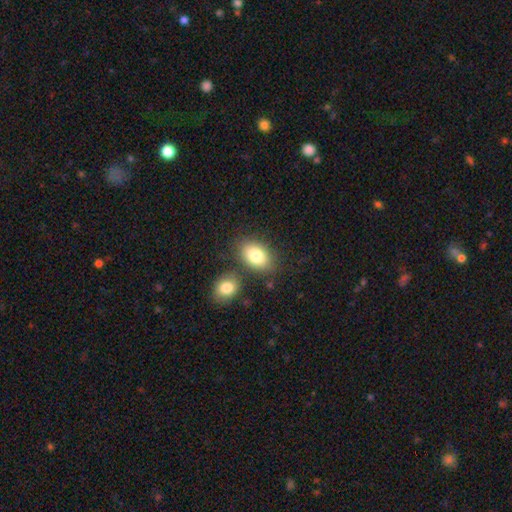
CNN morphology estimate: smooth-or-featured: smooth: 82% | featured or disk: 10% | star or artifact: 8%
  how-rounded: in between: 85% | round: 14% | cigar-shaped: 1%
  merging: none: 70% | merger: 15% | minor disturbance: 12% | major disturbance: 4%